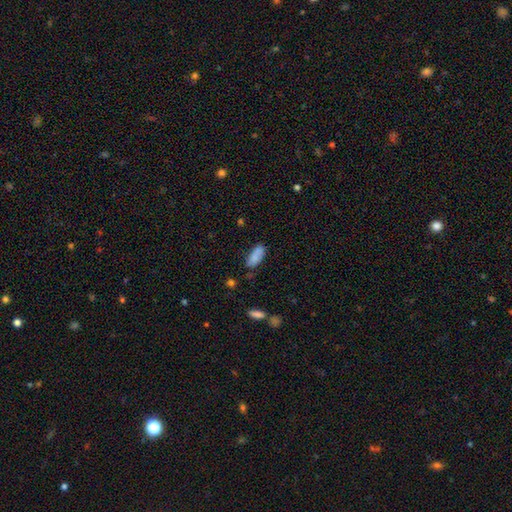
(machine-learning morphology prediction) type=smooth (85%); roundness=in between (78%); merging=none (71%).